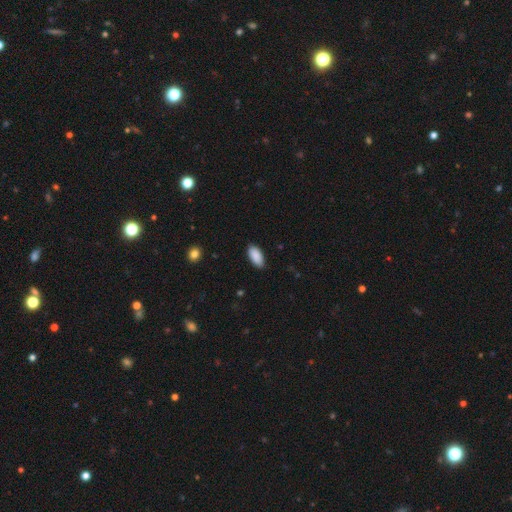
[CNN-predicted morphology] type=smooth (90%); roundness=in between (93%); merging=none (86%).